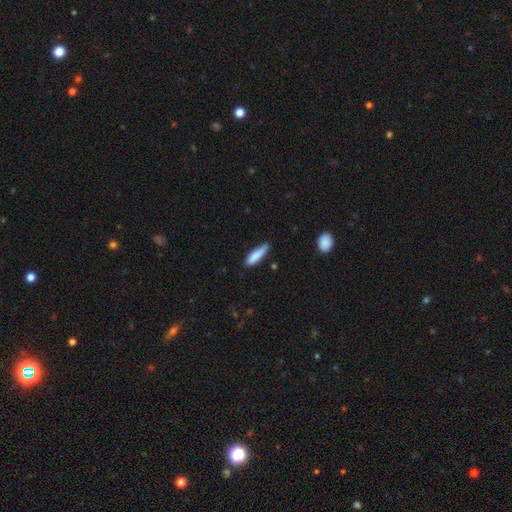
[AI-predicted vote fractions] The model was most divided on "how rounded": cigar-shaped: 73%, in between: 25%, round: 1%. More confident: smooth or featured — smooth (84%); merging — none (72%).